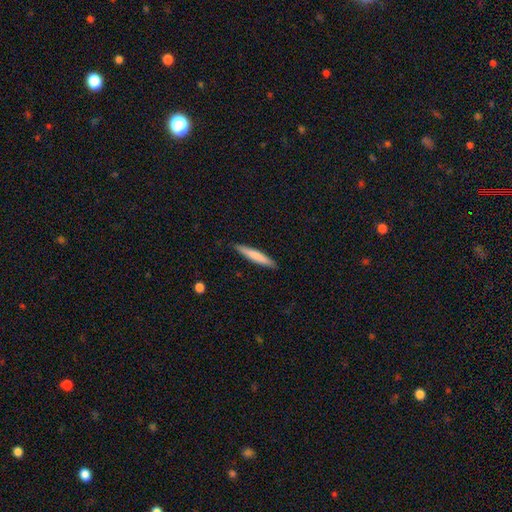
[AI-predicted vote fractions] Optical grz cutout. It shows a smooth galaxy with no disk features (74%) that is cigar-shaped (93%). Merging: none (89%).